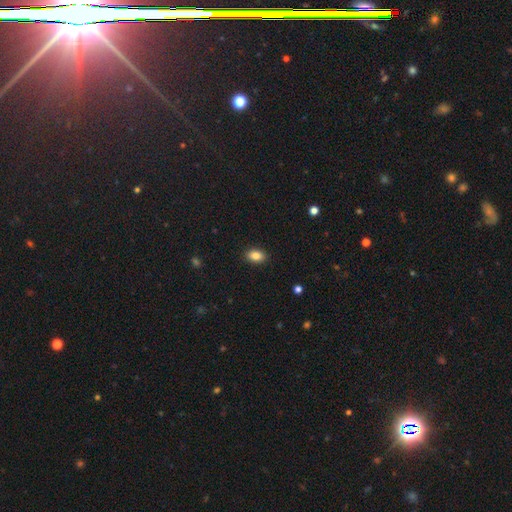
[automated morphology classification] This appears to be a smooth galaxy with no disk features (85%) that is in between round and cigar-shaped (85%). Merging: none (90%).